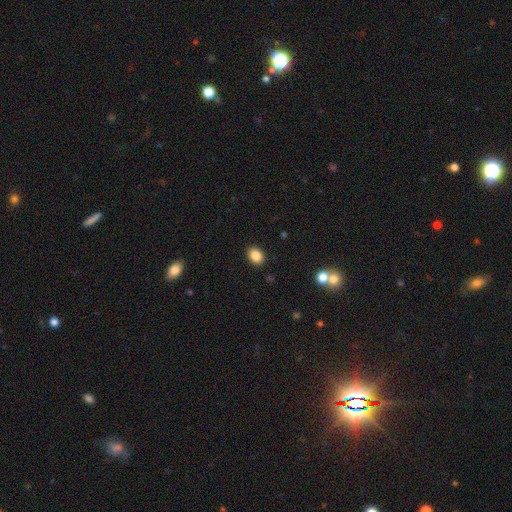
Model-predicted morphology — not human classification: This appears to be a smooth galaxy with no disk features (86%) that is in between round and cigar-shaped (69%). Merging: none (90%).